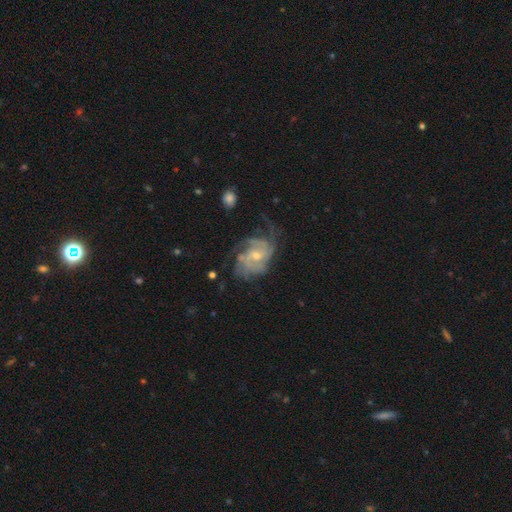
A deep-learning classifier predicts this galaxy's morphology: Smooth or featured? Predicted: featured or disk (p=0.85). Edge-on disk? Predicted: no (p=0.97). Bar? Predicted: no (p=0.57). Spiral arms? Predicted: yes (p=0.93). Spiral winding? Predicted: tight (p=0.45). Spiral arm count? Predicted: can't tell (p=0.33). Bulge size? Predicted: small (p=0.49). Merging? Predicted: none (p=0.51).